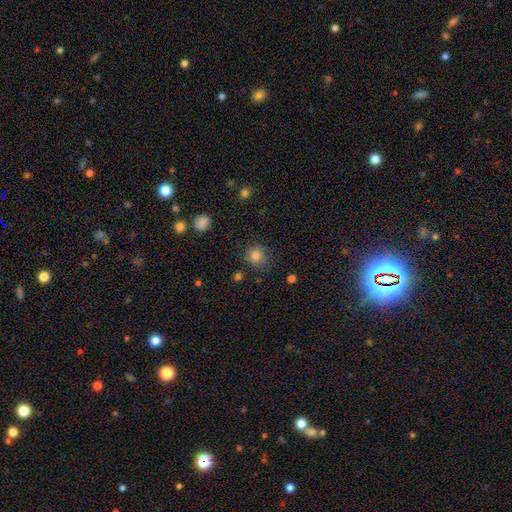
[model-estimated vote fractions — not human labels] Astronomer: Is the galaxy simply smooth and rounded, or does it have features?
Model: smooth — 83%.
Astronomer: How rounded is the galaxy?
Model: round — 90%.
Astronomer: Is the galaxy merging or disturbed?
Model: none — 81%.